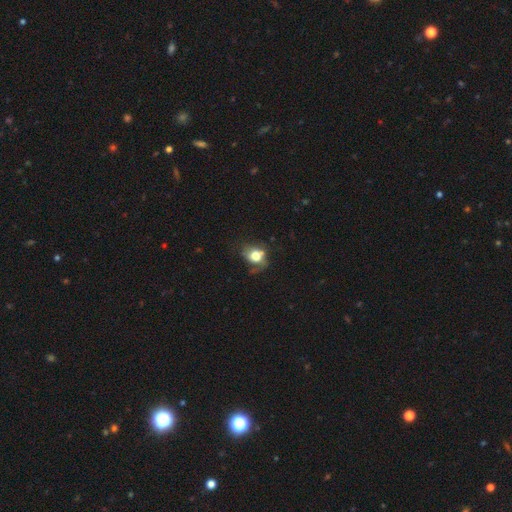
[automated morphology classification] This appears to be a smooth galaxy with no disk features (68%) that is round (55%). Merging: none (40%).